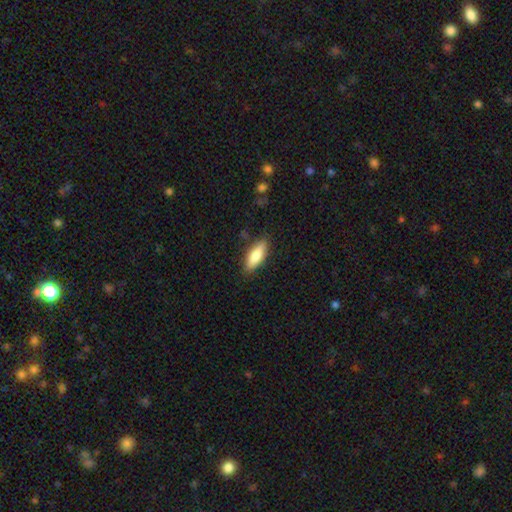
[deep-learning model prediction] This is clearly a smooth galaxy (80%). How rounded: likely in between (62%). Merging: clearly none (84%).